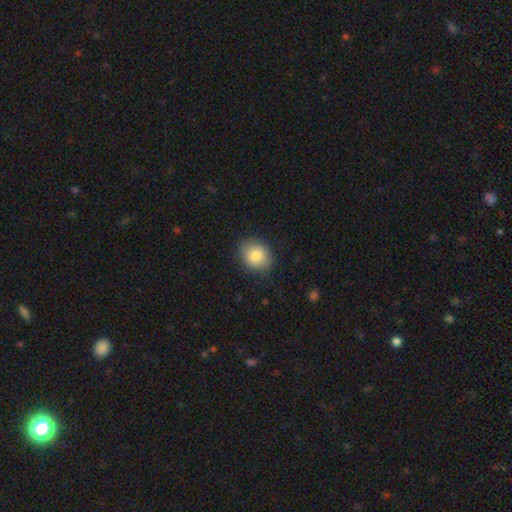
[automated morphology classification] smooth_or_featured: smooth (p=0.83) [alt: featured or disk p=0.09]
how_rounded: round (p=0.57) [alt: in between p=0.42]
merging: none (p=0.83) [alt: minor disturbance p=0.13]